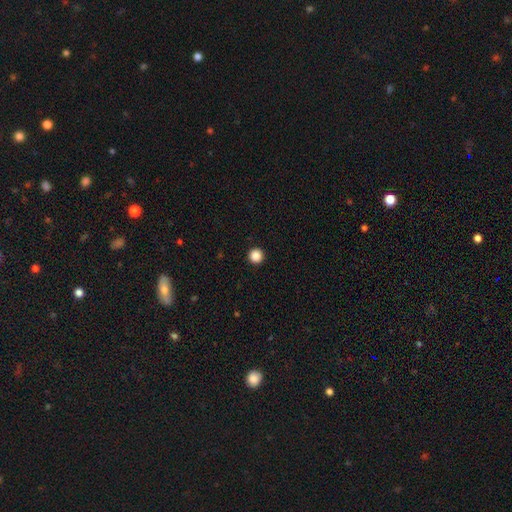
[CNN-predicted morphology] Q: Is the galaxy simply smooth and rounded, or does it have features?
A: smooth — 87%.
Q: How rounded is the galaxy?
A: round — 97%.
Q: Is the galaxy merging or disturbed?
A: none — 94%.